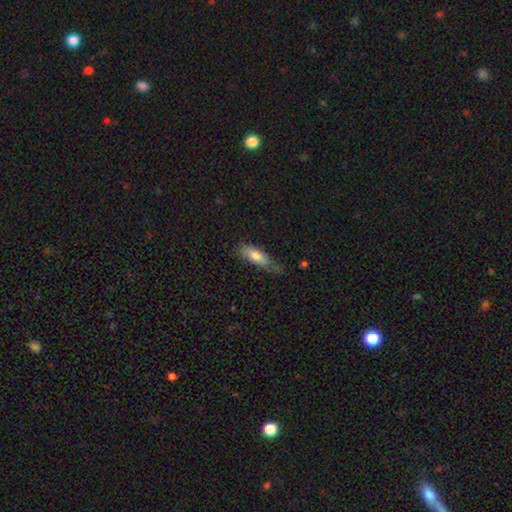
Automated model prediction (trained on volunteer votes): smooth 75%, featured or disk 19%, star or artifact 7%. Down the decision tree: how rounded — in between (55%); merging — none (44%).